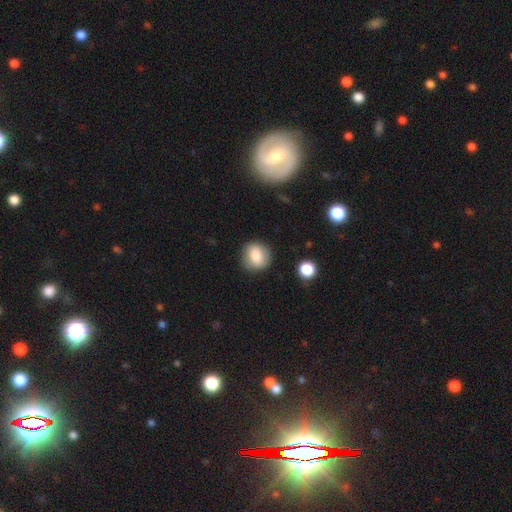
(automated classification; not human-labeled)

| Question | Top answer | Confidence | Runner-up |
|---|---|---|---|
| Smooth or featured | smooth | 82% | featured or disk (10%) |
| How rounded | round | 85% | in between (14%) |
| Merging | none | 83% | minor disturbance (12%) |